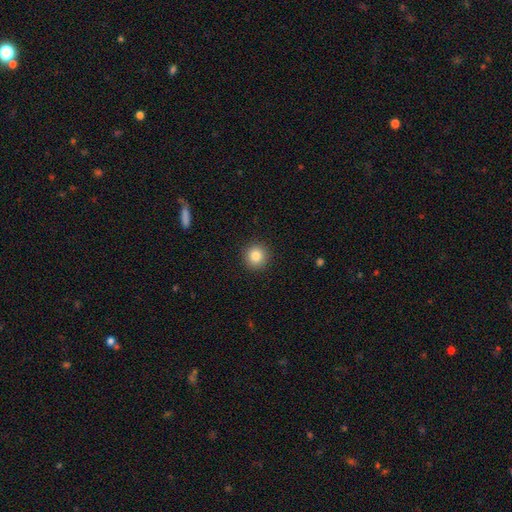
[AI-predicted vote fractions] Overall: smooth (84%). How rounded: round (94%). Merging: none (92%).